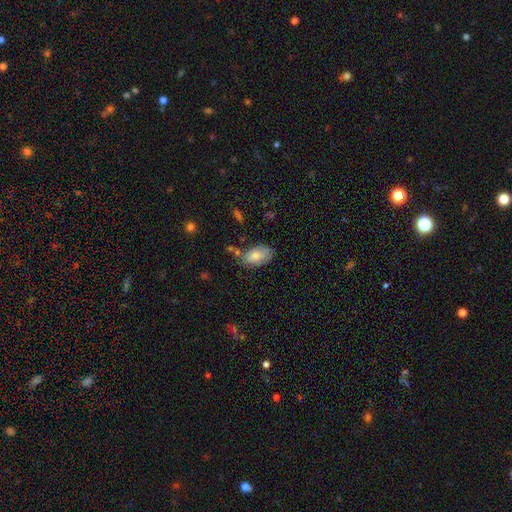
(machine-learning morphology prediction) Overall: smooth (79%). How rounded: in between (93%). Merging: none (69%).